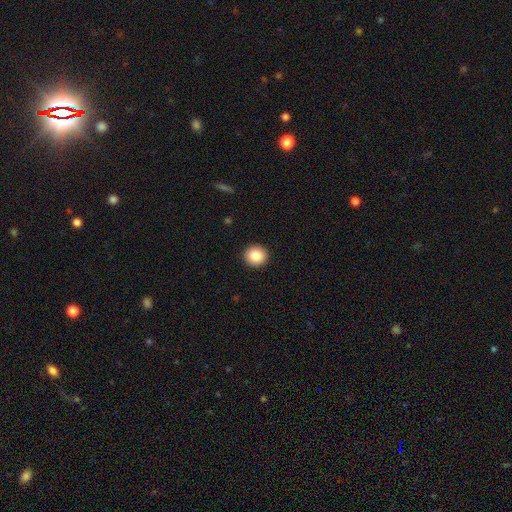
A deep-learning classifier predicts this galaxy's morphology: This appears to be a smooth galaxy with no disk features (87%) that is round (88%). Merging: none (93%).